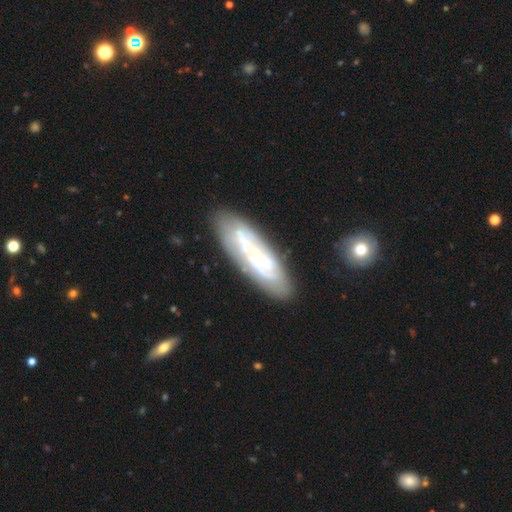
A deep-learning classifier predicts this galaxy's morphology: This appears to be a featured or disk galaxy (68%) with no bar (66%), spiral arms (73%) and a small central bulge (67%). Merging: none (77%).